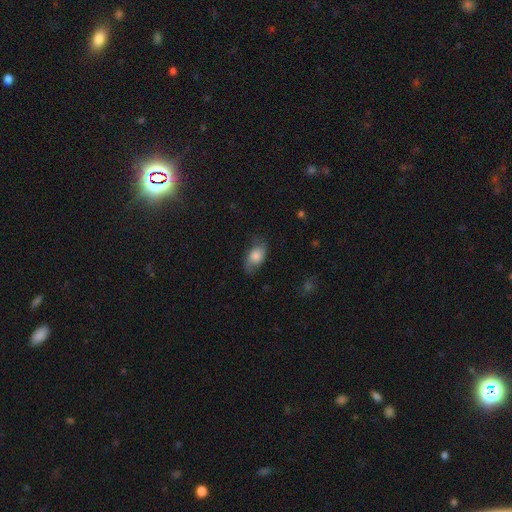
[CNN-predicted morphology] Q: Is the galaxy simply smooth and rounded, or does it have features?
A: smooth — 57%.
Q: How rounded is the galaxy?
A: in between — 88%.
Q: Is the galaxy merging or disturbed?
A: none — 66%.